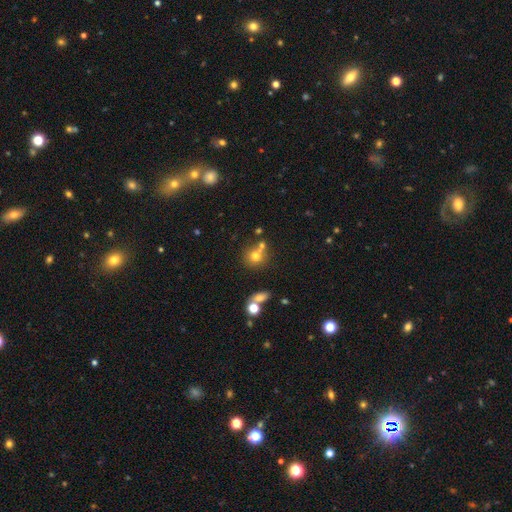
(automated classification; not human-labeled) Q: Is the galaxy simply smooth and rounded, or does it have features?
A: smooth — 70%.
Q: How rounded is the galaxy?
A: round — 83%.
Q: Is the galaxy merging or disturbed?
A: none — 51%.